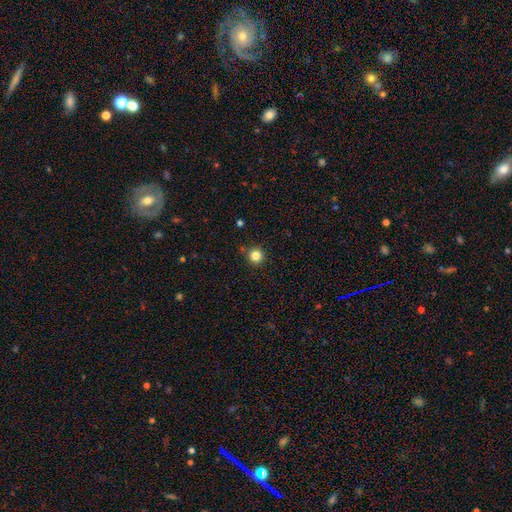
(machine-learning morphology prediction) The model was most divided on "smooth or featured": smooth: 83%, star or artifact: 13%, featured or disk: 5%. More confident: how rounded — round (95%); merging — none (90%).